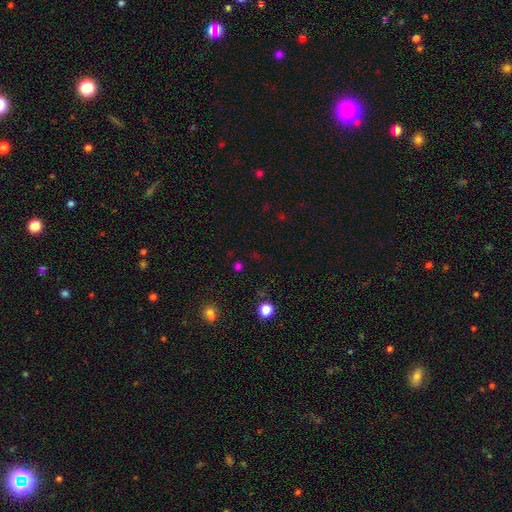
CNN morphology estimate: Smooth or featured? Predicted: star or artifact (p=0.53).